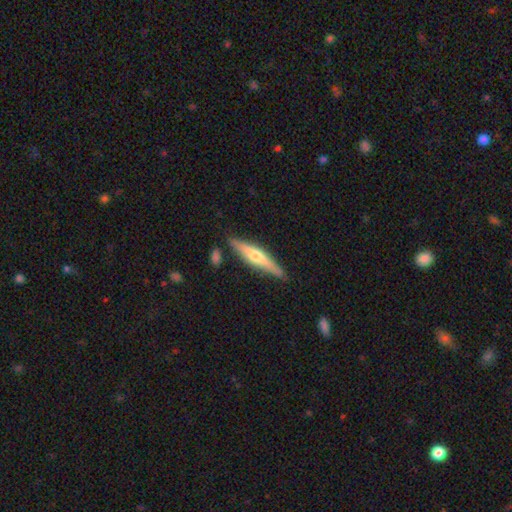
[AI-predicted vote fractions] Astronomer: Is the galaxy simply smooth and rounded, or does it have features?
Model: featured or disk — 61%.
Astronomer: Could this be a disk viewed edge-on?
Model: yes — 96%.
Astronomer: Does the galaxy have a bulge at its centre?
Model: rounded — 86%.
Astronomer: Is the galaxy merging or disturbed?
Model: none — 84%.